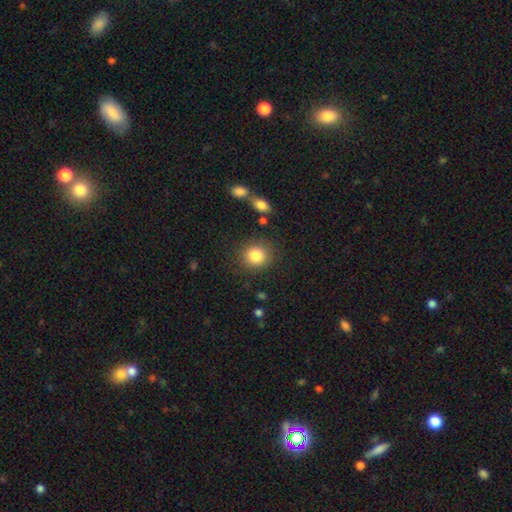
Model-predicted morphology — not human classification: smooth_or_featured: smooth (p=0.84) [alt: star or artifact p=0.10]
how_rounded: round (p=0.86) [alt: in between p=0.13]
merging: none (p=0.85) [alt: minor disturbance p=0.09]